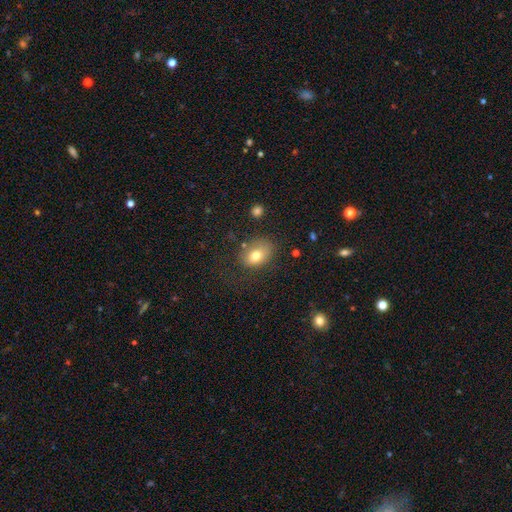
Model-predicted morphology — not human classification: Smooth or featured? Predicted: smooth (p=0.75). How rounded? Predicted: in between (p=0.69). Merging? Predicted: none (p=0.63).